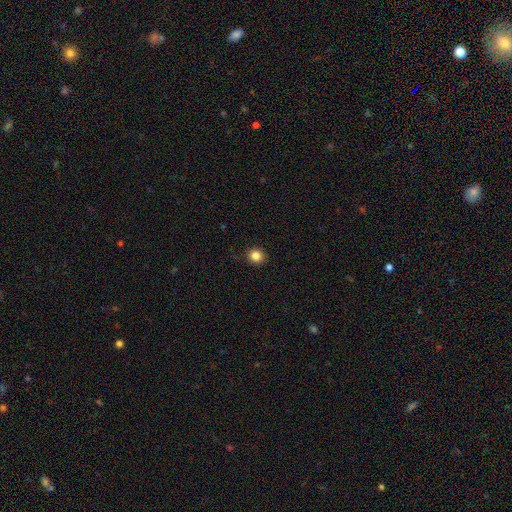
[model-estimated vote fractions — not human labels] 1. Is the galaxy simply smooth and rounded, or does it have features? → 85% smooth, 11% star or artifact, 4% featured or disk.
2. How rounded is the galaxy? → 90% round, 9% in between, 1% cigar-shaped.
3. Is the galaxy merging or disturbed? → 90% none, 7% minor disturbance, 2% major disturbance, 1% merger.